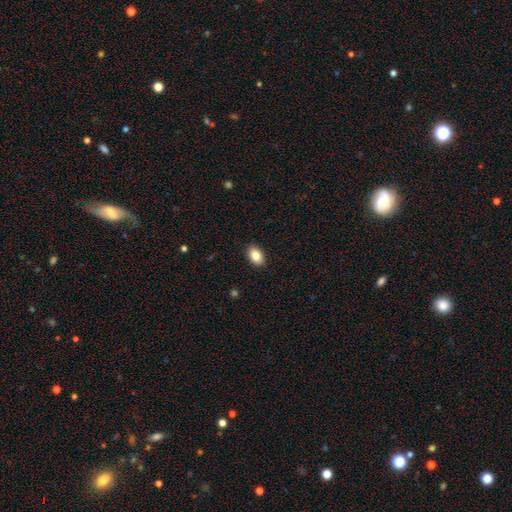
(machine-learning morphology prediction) The model was most divided on "smooth or featured": smooth: 85%, star or artifact: 8%, featured or disk: 7%. More confident: merging — none (90%); how rounded — in between (88%).